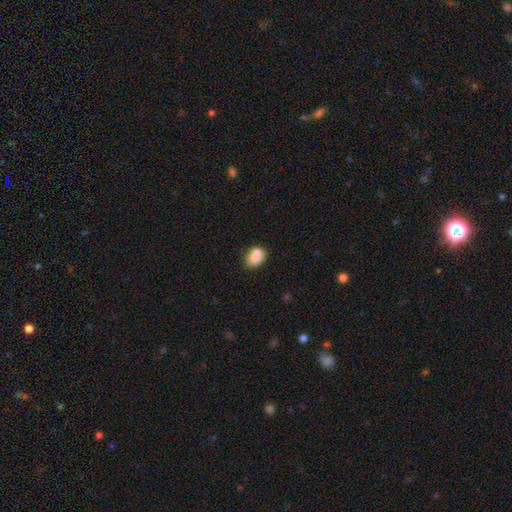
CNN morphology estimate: Smooth or featured? Predicted: smooth (p=0.80). How rounded? Predicted: in between (p=0.68). Merging? Predicted: none (p=0.53).